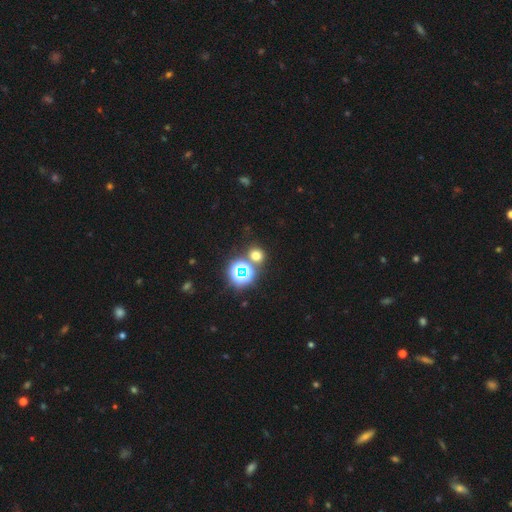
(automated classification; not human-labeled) A smooth galaxy with no disk features (59%) that is round (83%).

Vote fractions:
- Smooth or featured? smooth: 59% / star or artifact: 34% / featured or disk: 7%
- How rounded? round: 83% / in between: 16% / cigar-shaped: 1%
- Merging? none: 75% / merger: 14% / minor disturbance: 7% / major disturbance: 4%